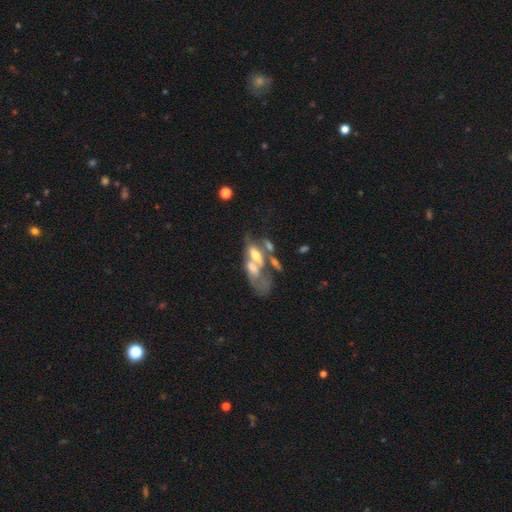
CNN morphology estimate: smooth-or-featured: featured or disk: 58% | smooth: 33% | star or artifact: 10%
  disk-edge-on: no: 77% | yes: 23%
  merging: merger: 59% | major disturbance: 20% | none: 13% | minor disturbance: 8%